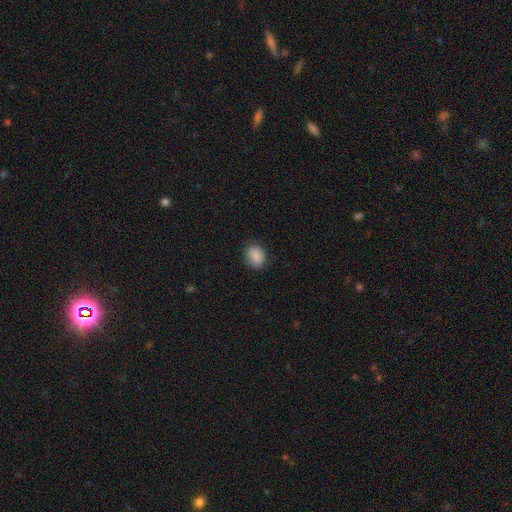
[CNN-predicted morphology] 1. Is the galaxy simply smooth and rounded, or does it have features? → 88% smooth, 8% star or artifact, 4% featured or disk.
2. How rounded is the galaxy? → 50% in between, 49% round, 1% cigar-shaped.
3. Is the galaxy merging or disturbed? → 82% none, 13% minor disturbance, 3% major disturbance, 1% merger.